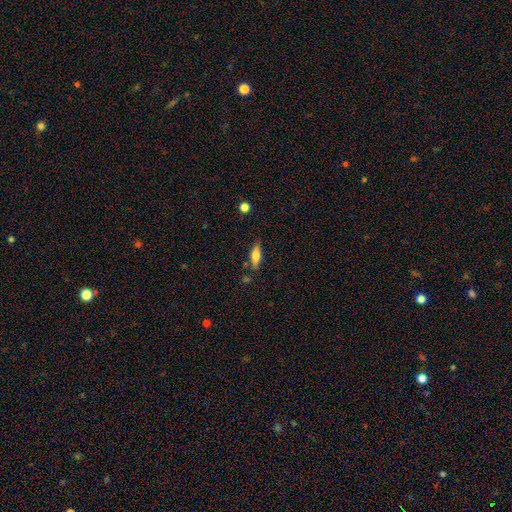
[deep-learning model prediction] smooth 59%, featured or disk 34%, star or artifact 7%. Down the decision tree: how rounded — cigar-shaped (52%); merging — none (77%).